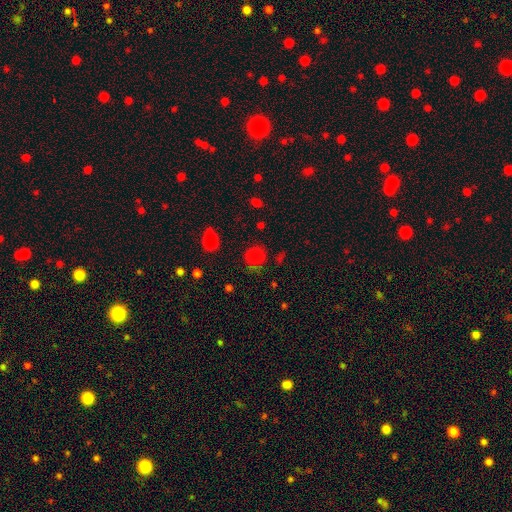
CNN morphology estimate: A smooth galaxy with no disk features (74%) that is round (79%). Merging: none (65%).